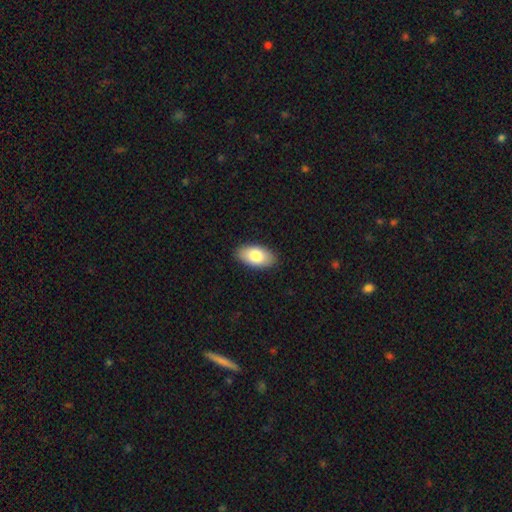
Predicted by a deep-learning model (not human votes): This appears to be a smooth galaxy with no disk features (82%) that is in between round and cigar-shaped (95%). Merging: none (89%).